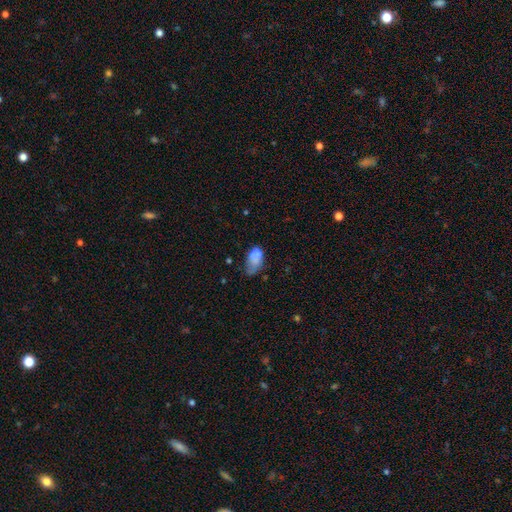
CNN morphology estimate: Smooth or featured? Predicted: smooth (p=0.64). How rounded? Predicted: in between (p=0.90). Merging? Predicted: minor disturbance (p=0.30).